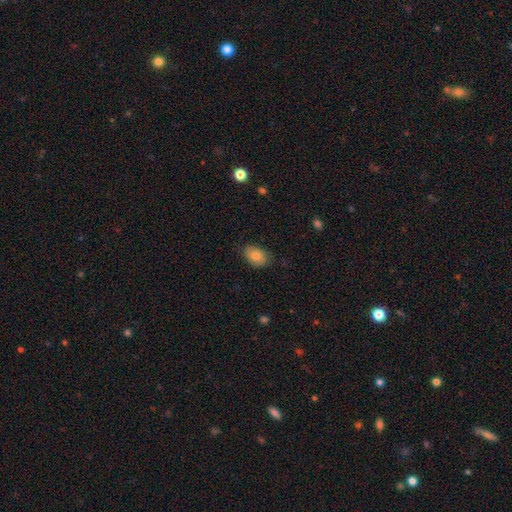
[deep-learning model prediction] Smooth or featured: smooth — 79% (featured or disk — 13%)
How rounded: in between — 82% (round — 16%)
Merging: none — 78% (minor disturbance — 18%)